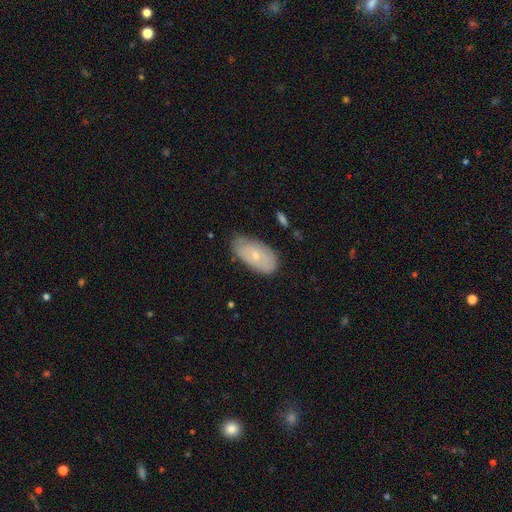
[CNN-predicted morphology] This appears to be a smooth galaxy with no disk features (56%) that is in between round and cigar-shaped (92%). Merging: none (64%).